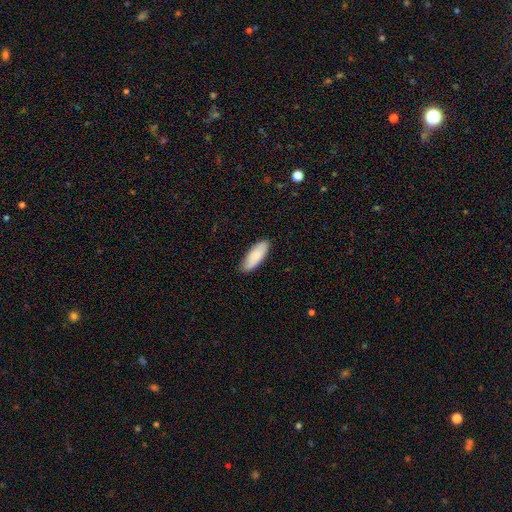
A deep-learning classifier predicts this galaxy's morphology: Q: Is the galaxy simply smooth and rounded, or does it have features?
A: smooth — 86%.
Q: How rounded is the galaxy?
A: in between — 70%.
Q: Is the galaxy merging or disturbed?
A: none — 85%.